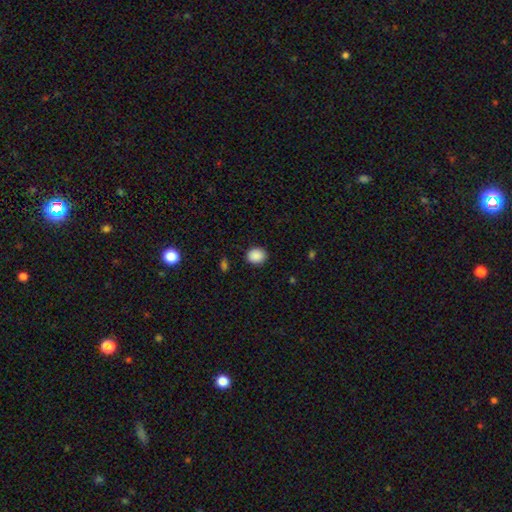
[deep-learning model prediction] A smooth galaxy with no disk features (89%) that is round (61%).

Vote fractions:
- Smooth or featured? smooth: 89% / star or artifact: 8% / featured or disk: 3%
- How rounded? round: 61% / in between: 38% / cigar-shaped: 1%
- Merging? none: 88% / minor disturbance: 9% / major disturbance: 2% / merger: 1%